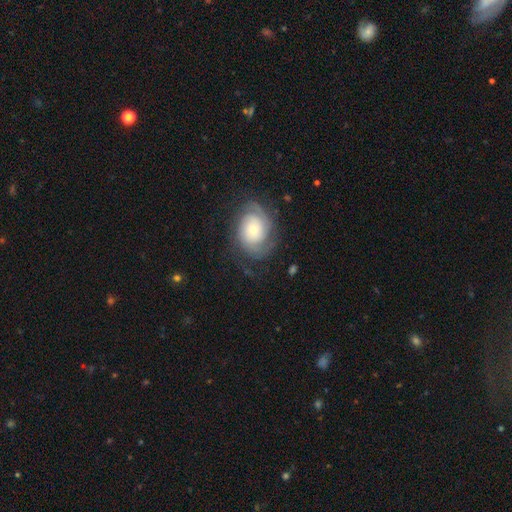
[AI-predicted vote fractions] Smooth or featured?
  - featured or disk: 59% *
  - smooth: 27%
  - star or artifact: 14%
Edge-on disk?
  - no: 96% *
  - yes: 4%
Bar?
  - no: 71% *
  - weak: 24%
  - strong: 5%
Spiral arms?
  - yes: 87% *
  - no: 13%
Bulge size?
  - moderate: 44% *
  - large: 28%
  - small: 19%
  - dominant: 5%
  - none: 4%
Merging?
  - none: 76% *
  - minor disturbance: 15%
  - major disturbance: 7%
  - merger: 1%